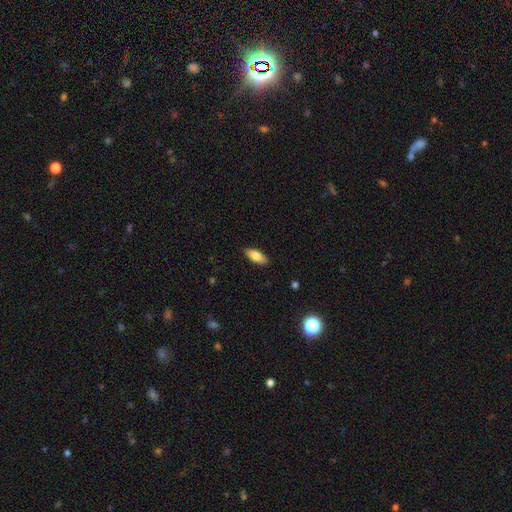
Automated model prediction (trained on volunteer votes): This appears to be a smooth galaxy with no disk features (82%) that is in between round and cigar-shaped (81%). Merging: none (87%).